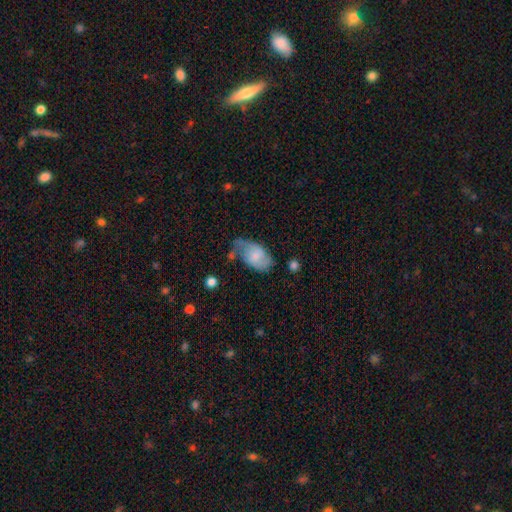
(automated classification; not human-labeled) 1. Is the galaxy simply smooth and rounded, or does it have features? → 54% smooth, 38% featured or disk, 7% star or artifact.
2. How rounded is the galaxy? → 91% in between, 7% round, 2% cigar-shaped.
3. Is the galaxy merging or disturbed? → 36% minor disturbance, 34% none, 24% major disturbance, 6% merger.